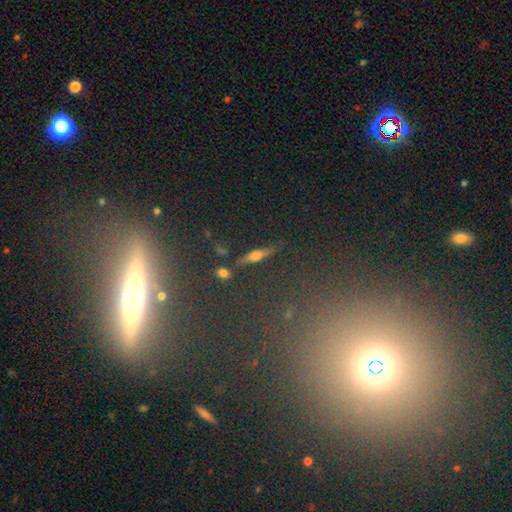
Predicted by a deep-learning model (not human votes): smooth-or-featured: featured or disk: 59% | smooth: 28% | star or artifact: 13%
  disk-edge-on: yes: 91% | no: 9%
    edge-on-bulge: rounded: 91% | boxy: 5% | none: 4%
  merging: none: 82% | minor disturbance: 10% | merger: 4% | major disturbance: 3%